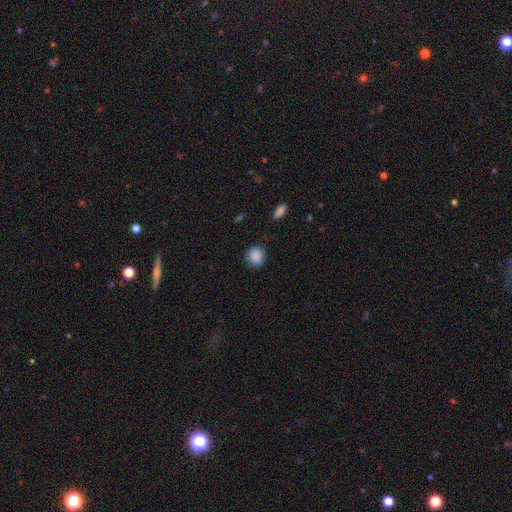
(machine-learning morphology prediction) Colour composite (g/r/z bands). It shows a smooth galaxy with no disk features (88%) that is round (79%). Merging: none (82%).